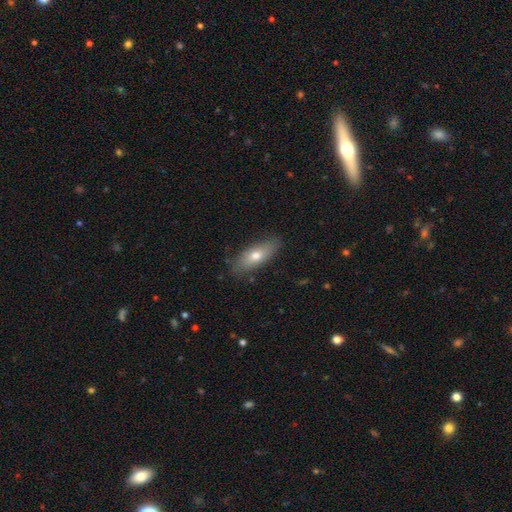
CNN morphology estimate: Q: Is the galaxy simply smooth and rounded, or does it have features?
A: smooth — 68%.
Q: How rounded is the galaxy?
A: in between — 68%.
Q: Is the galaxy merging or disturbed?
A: none — 81%.